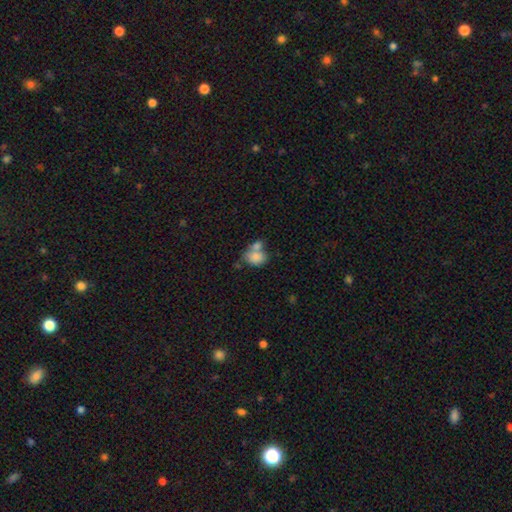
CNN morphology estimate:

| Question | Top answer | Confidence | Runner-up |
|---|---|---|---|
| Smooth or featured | smooth | 80% | featured or disk (12%) |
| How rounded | in between | 62% | round (36%) |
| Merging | merger | 53% | none (29%) |